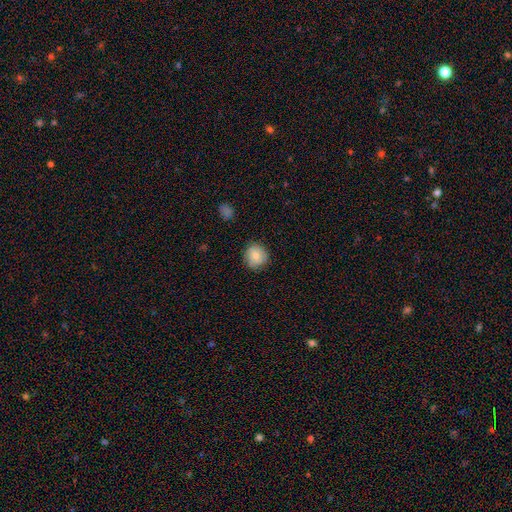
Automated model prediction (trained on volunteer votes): A smooth galaxy with no disk features (68%) that is round (84%). Merging: none (80%).